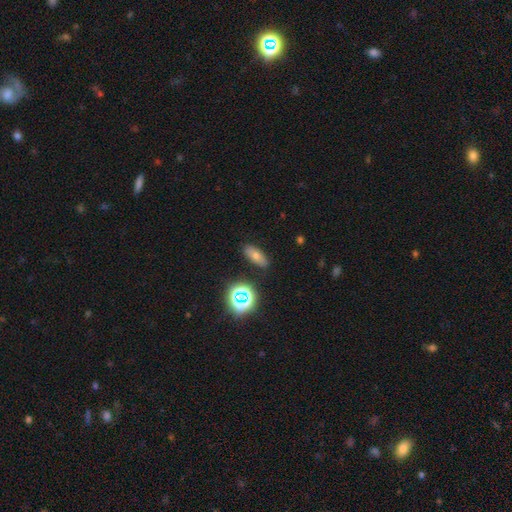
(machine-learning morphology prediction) This is possibly a smooth galaxy (54%). How rounded: likely in between (69%). Merging: clearly none (86%).